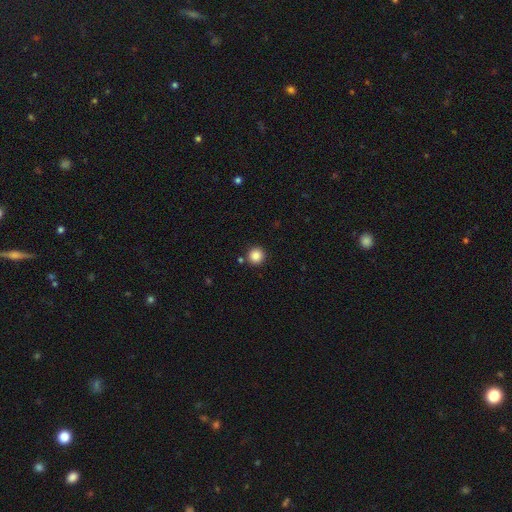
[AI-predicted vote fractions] Smooth or featured?
  - smooth: 86% *
  - star or artifact: 10%
  - featured or disk: 3%
How rounded?
  - round: 95% *
  - in between: 4%
  - cigar-shaped: 1%
Merging?
  - none: 88% *
  - minor disturbance: 6%
  - merger: 4%
  - major disturbance: 2%